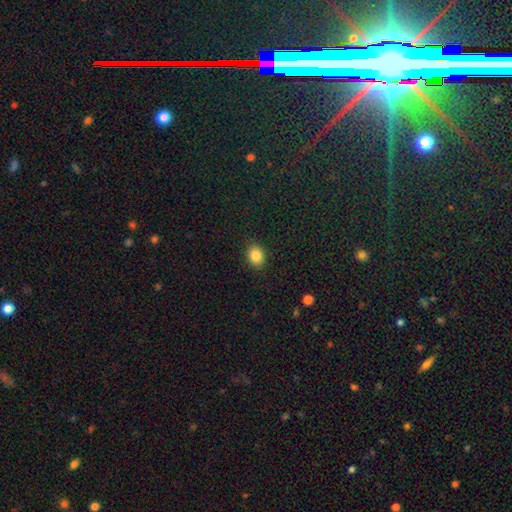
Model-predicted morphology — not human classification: This appears to be a smooth galaxy with no disk features (85%) that is round (50%). Merging: none (89%).